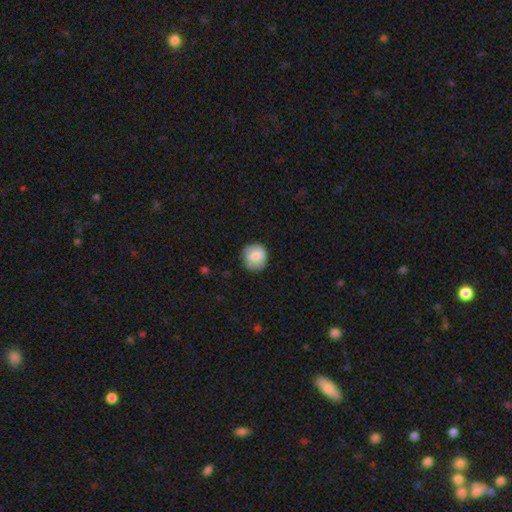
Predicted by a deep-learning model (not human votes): Overall: smooth (78%). How rounded: round (85%). Merging: none (77%).